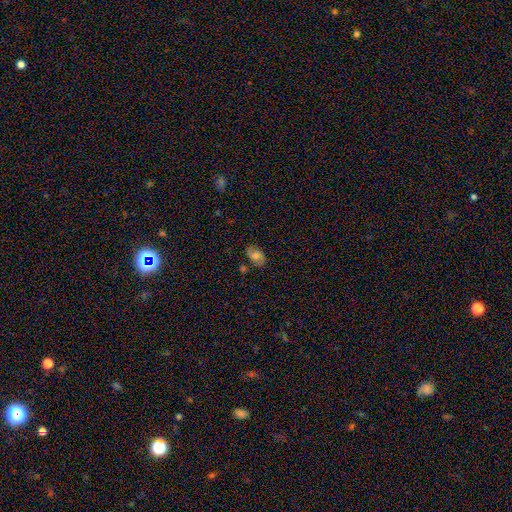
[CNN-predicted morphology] type=smooth (52%); roundness=in between (83%); merging=none (72%).